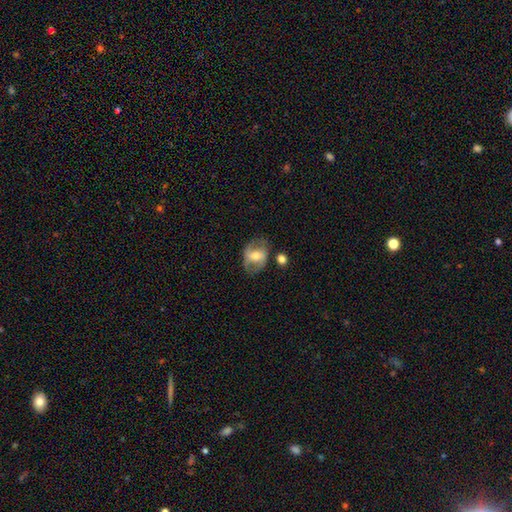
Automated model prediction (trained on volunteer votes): smooth_or_featured: featured or disk (p=0.58) [alt: smooth p=0.35]
disk_edge_on: no (p=0.94) [alt: yes p=0.06]
bar: weak (p=0.38) [alt: strong p=0.34]
has_spiral_arms: yes (p=0.66) [alt: no p=0.34]
bulge_size: moderate (p=0.58) [alt: small p=0.33]
merging: none (p=0.62) [alt: minor disturbance p=0.20]